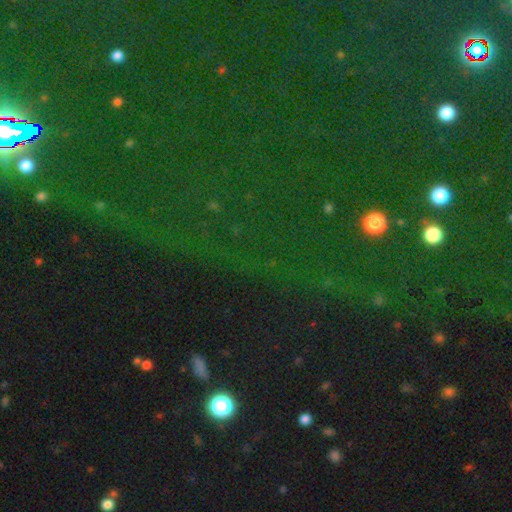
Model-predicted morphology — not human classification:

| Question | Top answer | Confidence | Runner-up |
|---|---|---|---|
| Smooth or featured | star or artifact | 80% | smooth (12%) |